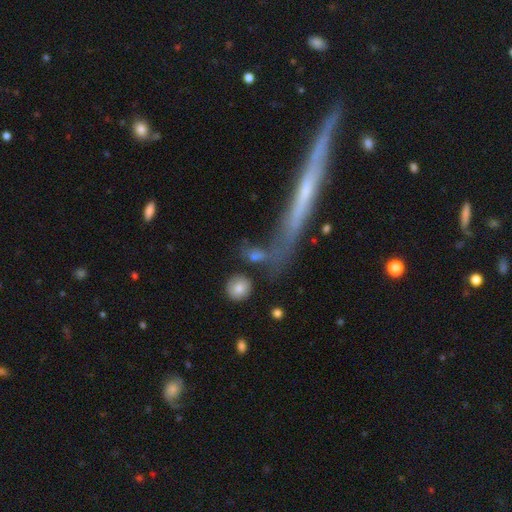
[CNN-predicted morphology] Smooth or featured?
  - smooth: 67% *
  - featured or disk: 23%
  - star or artifact: 11%
How rounded?
  - round: 53% *
  - in between: 26%
  - cigar-shaped: 21%
Merging?
  - none: 62% *
  - merger: 15%
  - minor disturbance: 13%
  - major disturbance: 10%